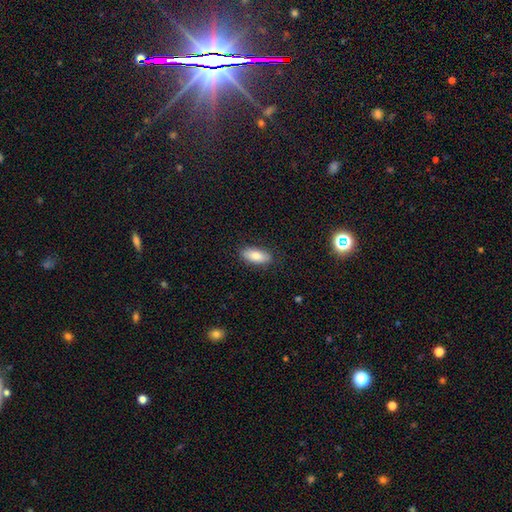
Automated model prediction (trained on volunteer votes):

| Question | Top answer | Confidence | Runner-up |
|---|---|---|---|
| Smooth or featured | smooth | 81% | featured or disk (12%) |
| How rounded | in between | 82% | cigar-shaped (15%) |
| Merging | none | 87% | minor disturbance (10%) |